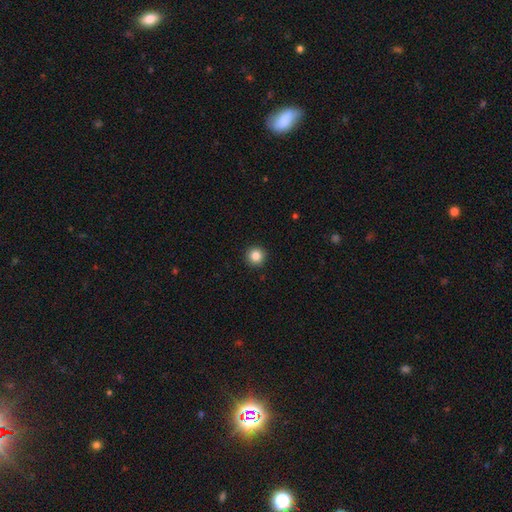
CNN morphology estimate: Q: Smooth or featured?
A: smooth (84%); runner-up: star or artifact (11%)
Q: How rounded?
A: round (96%); runner-up: in between (3%)
Q: Merging?
A: none (93%); runner-up: minor disturbance (4%)